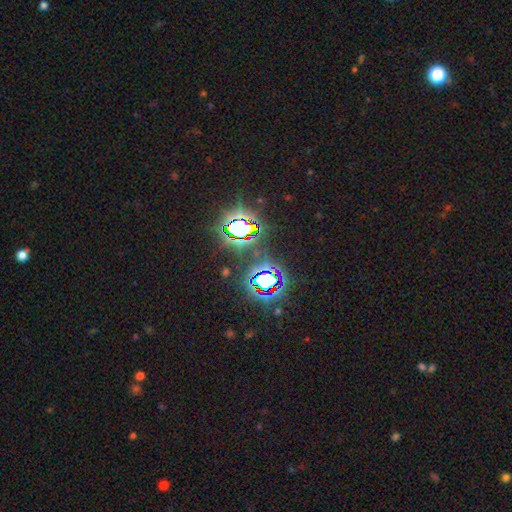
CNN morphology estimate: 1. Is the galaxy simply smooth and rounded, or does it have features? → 81% star or artifact, 11% smooth, 7% featured or disk.